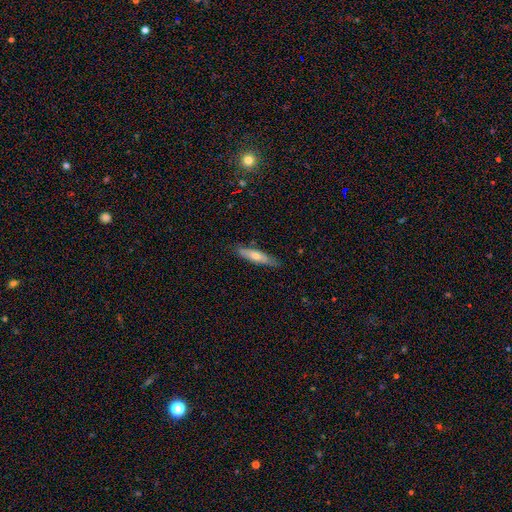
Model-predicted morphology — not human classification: smooth-or-featured: smooth: 51% | featured or disk: 43% | star or artifact: 7%
  how-rounded: cigar-shaped: 79% | in between: 19% | round: 2%
  merging: none: 83% | minor disturbance: 13% | major disturbance: 2% | merger: 1%